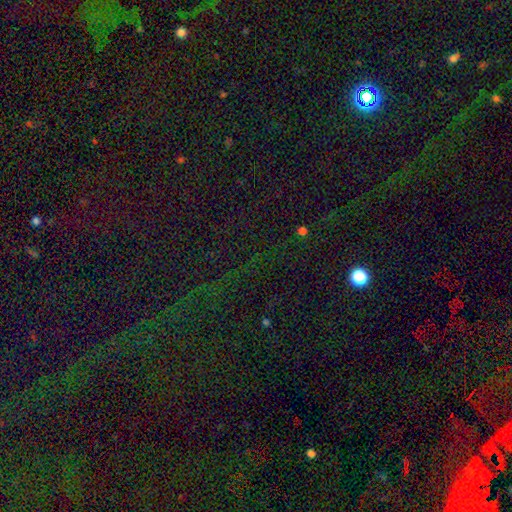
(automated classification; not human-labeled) Smooth or featured: star or artifact — 79% (smooth — 13%)